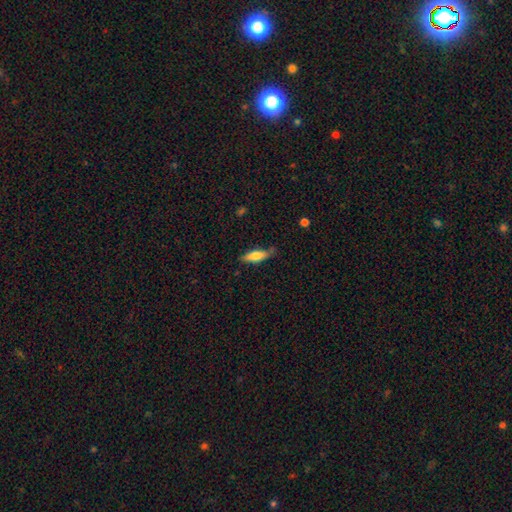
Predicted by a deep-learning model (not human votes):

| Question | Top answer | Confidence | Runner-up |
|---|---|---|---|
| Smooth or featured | smooth | 68% | featured or disk (25%) |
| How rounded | in between | 52% | cigar-shaped (46%) |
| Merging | none | 73% | minor disturbance (20%) |